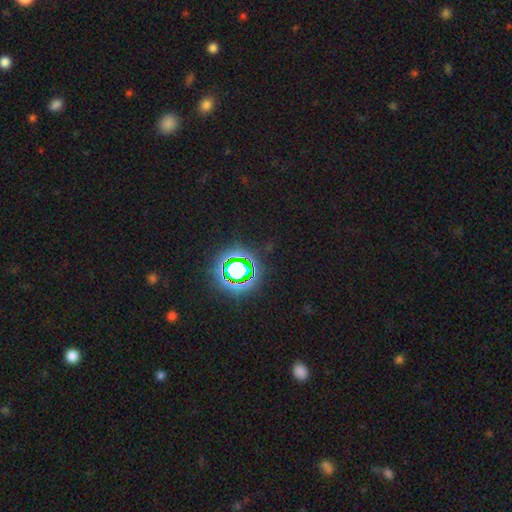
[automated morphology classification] The model was most divided on "smooth or featured": star or artifact: 77%, smooth: 15%, featured or disk: 8%.